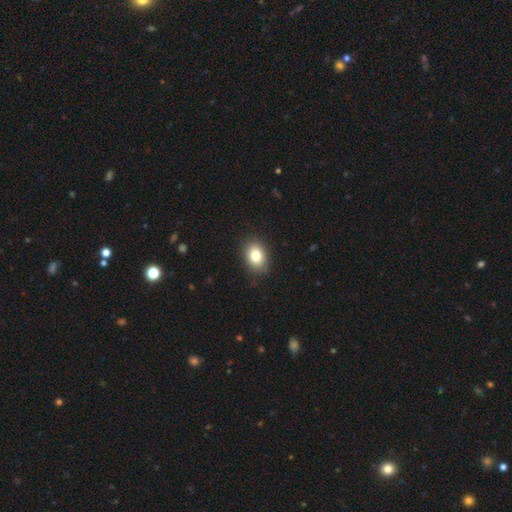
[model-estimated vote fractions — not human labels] This appears to be a smooth galaxy with no disk features (81%) that is in between round and cigar-shaped (72%). Merging: none (88%).